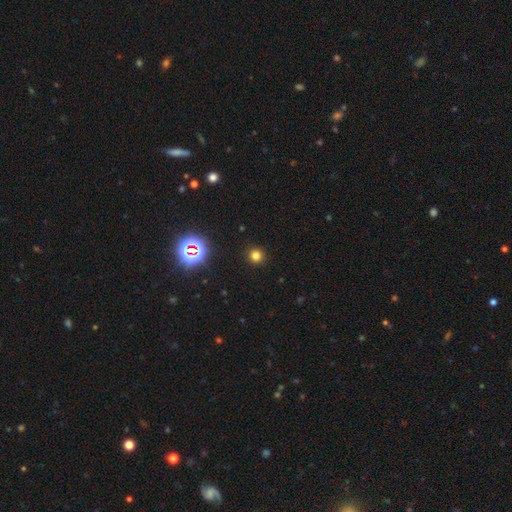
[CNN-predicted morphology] smooth-or-featured: smooth: 75% | star or artifact: 20% | featured or disk: 5%
  how-rounded: round: 94% | in between: 5% | cigar-shaped: 1%
  merging: none: 92% | minor disturbance: 5% | major disturbance: 2% | merger: 1%